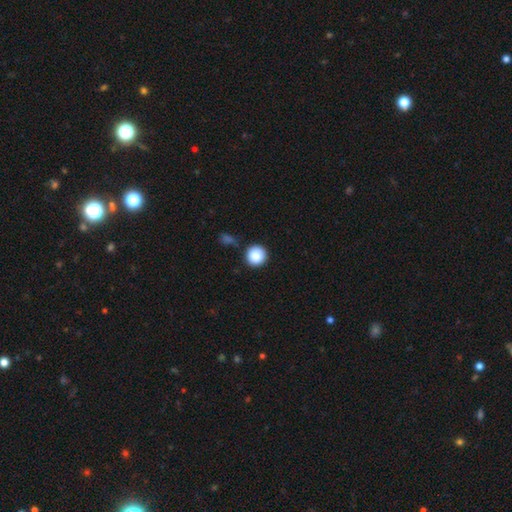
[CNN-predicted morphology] Smooth or featured? smooth (87%)
How rounded? round (94%)
Merging? none (86%)